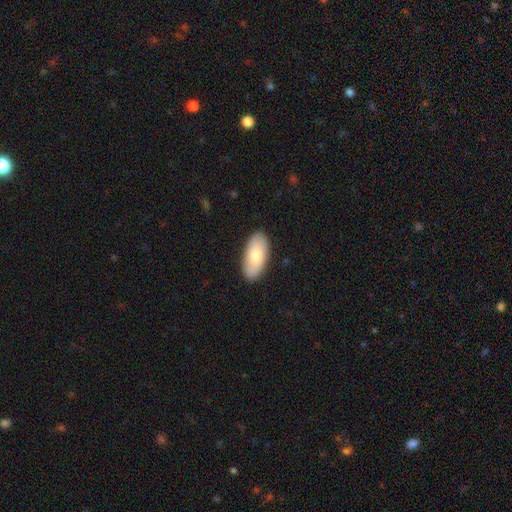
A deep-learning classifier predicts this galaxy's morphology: Q: Smooth or featured?
A: smooth (77%); runner-up: featured or disk (18%)
Q: How rounded?
A: in between (92%); runner-up: cigar-shaped (6%)
Q: Merging?
A: none (87%); runner-up: minor disturbance (10%)